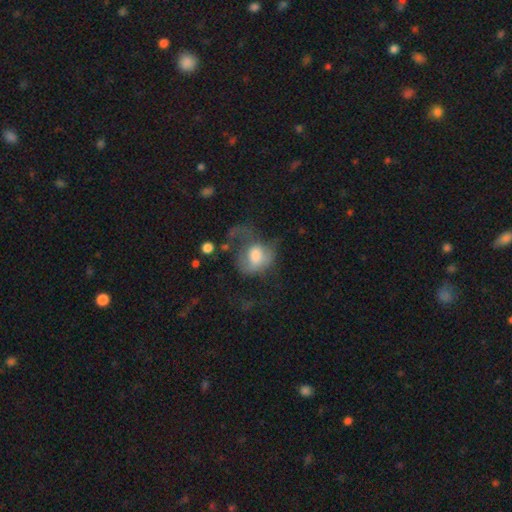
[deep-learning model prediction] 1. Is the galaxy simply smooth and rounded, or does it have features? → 58% smooth, 33% featured or disk, 9% star or artifact.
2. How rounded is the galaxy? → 52% in between, 47% round, 1% cigar-shaped.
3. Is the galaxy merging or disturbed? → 56% major disturbance, 20% none, 19% minor disturbance, 5% merger.